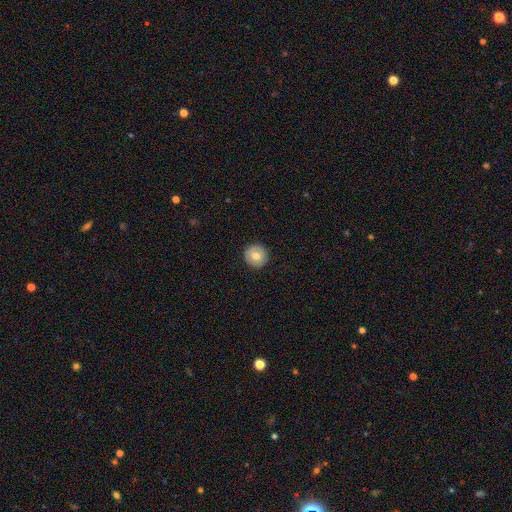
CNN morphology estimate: Q: Smooth or featured?
A: smooth (75%); runner-up: featured or disk (17%)
Q: How rounded?
A: round (95%); runner-up: in between (4%)
Q: Merging?
A: none (91%); runner-up: minor disturbance (6%)